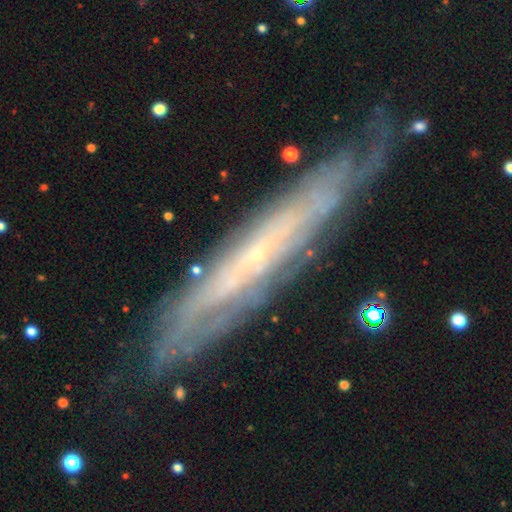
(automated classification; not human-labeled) Smooth or featured?
  - featured or disk: 77% *
  - smooth: 15%
  - star or artifact: 8%
Edge-on disk?
  - yes: 54% *
  - no: 46%
Merging?
  - none: 76% *
  - minor disturbance: 17%
  - major disturbance: 5%
  - merger: 2%